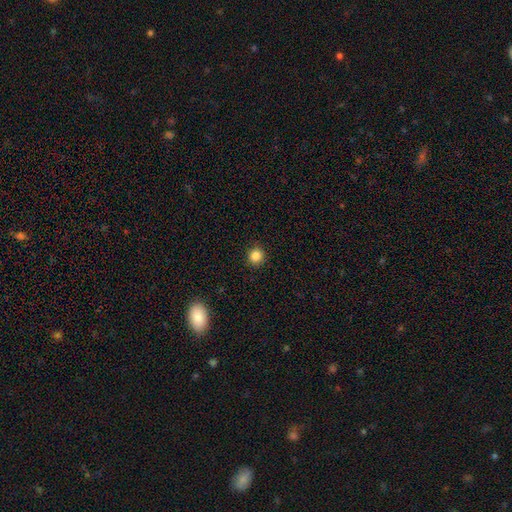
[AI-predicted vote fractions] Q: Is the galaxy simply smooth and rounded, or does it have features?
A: smooth — 85%.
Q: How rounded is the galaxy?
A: round — 93%.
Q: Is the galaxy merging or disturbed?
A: none — 92%.